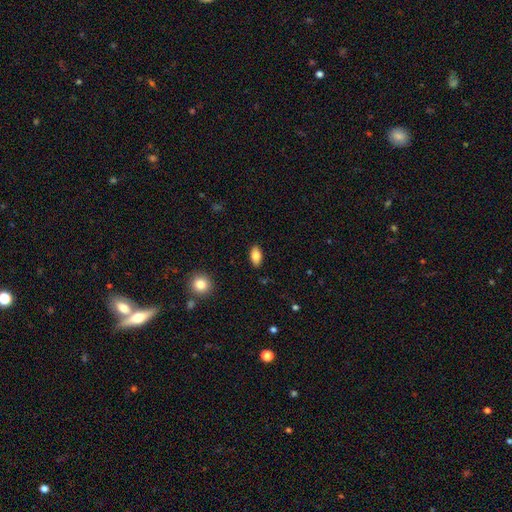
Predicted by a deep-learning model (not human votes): A smooth galaxy with no disk features (84%) that is in between round and cigar-shaped (92%).

Vote fractions:
- Smooth or featured? smooth: 84% / featured or disk: 9% / star or artifact: 8%
- How rounded? in between: 92% / round: 4% / cigar-shaped: 4%
- Merging? none: 88% / minor disturbance: 9% / major disturbance: 2% / merger: 1%